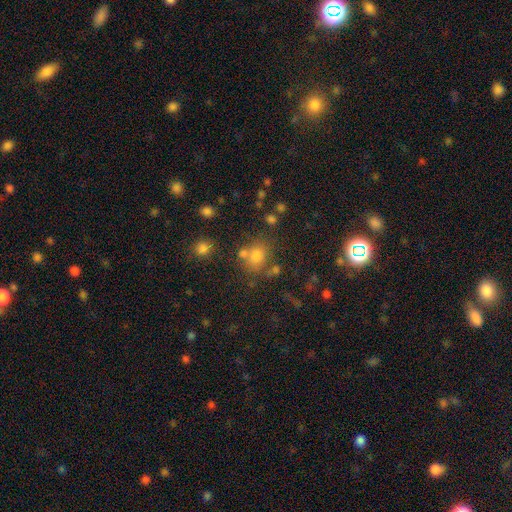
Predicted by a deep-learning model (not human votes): Overall: smooth (69%). How rounded: round (63%; in between 36%). Merging: none (60%; merger 22%).